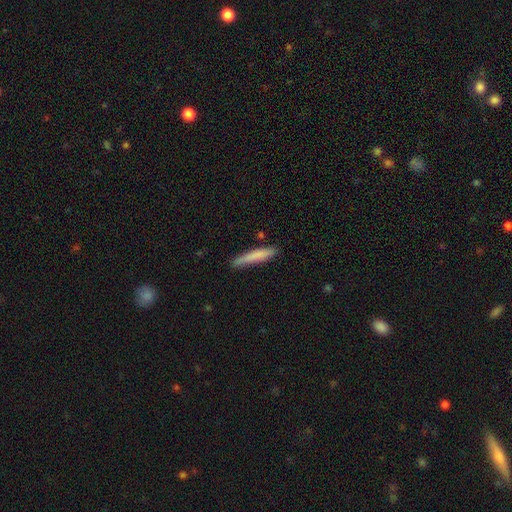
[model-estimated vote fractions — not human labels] smooth_or_featured: smooth (p=0.76) [alt: featured or disk p=0.18]
how_rounded: cigar-shaped (p=0.94) [alt: in between p=0.05]
merging: none (p=0.81) [alt: minor disturbance p=0.14]